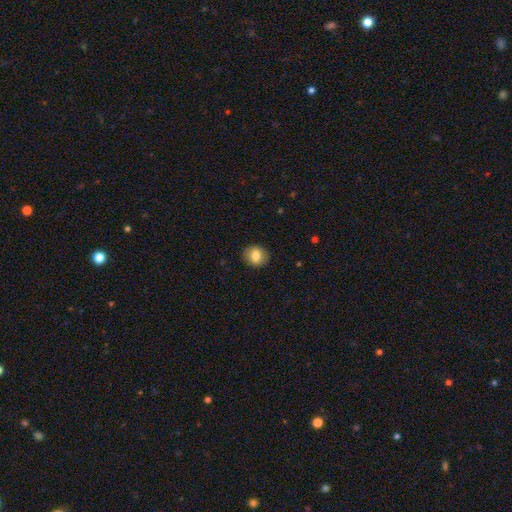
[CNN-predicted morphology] This appears to be a smooth galaxy with no disk features (78%) that is round (68%). Merging: none (88%).